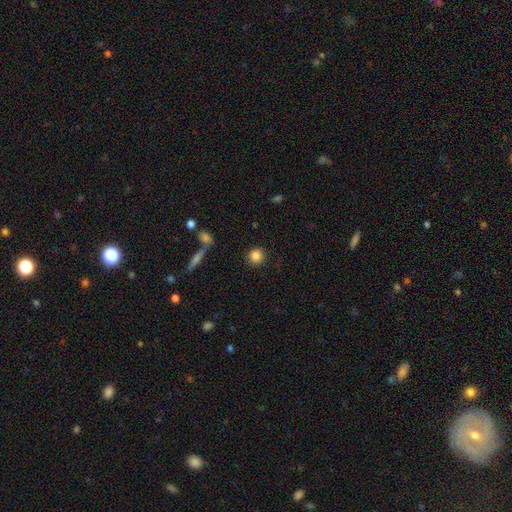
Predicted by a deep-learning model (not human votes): smooth_or_featured: smooth (p=0.86) [alt: star or artifact p=0.09]
how_rounded: round (p=0.91) [alt: in between p=0.08]
merging: none (p=0.87) [alt: minor disturbance p=0.07]